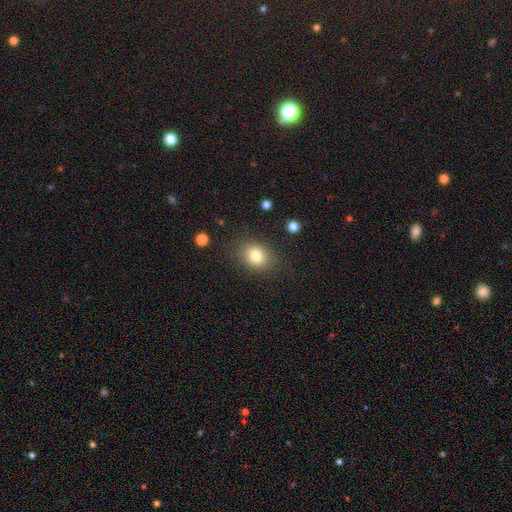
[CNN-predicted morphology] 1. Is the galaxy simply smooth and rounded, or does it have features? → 80% smooth, 11% star or artifact, 9% featured or disk.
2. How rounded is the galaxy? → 58% in between, 42% round, 1% cigar-shaped.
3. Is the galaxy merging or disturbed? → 83% none, 11% minor disturbance, 4% major disturbance, 2% merger.